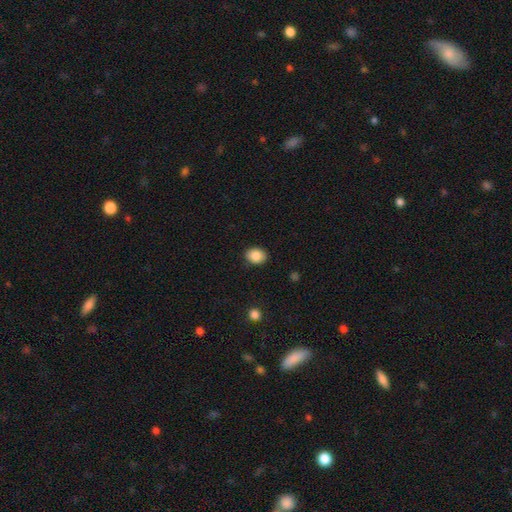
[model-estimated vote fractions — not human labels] Morphology: type=smooth (87%); roundness=in between (53%); merging=none (88%).